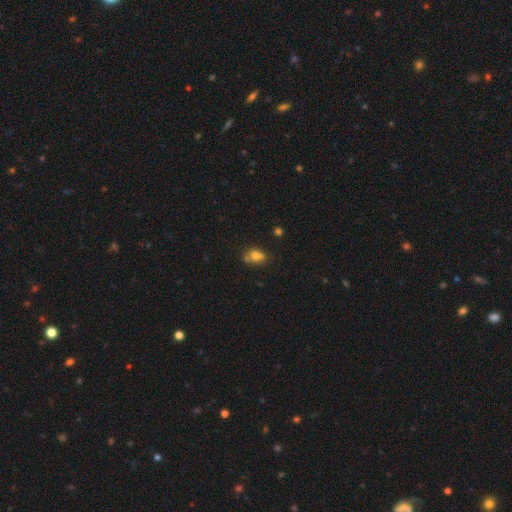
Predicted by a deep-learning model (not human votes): smooth_or_featured: smooth (p=0.74) [alt: featured or disk p=0.14]
how_rounded: in between (p=0.65) [alt: round p=0.33]
merging: none (p=0.46) [alt: minor disturbance p=0.23]